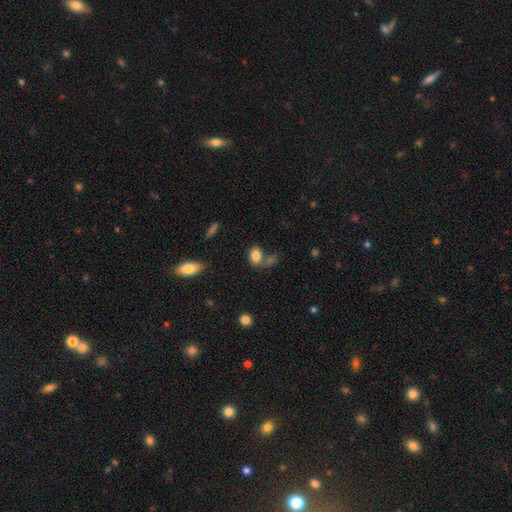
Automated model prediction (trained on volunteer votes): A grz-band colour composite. It shows a smooth galaxy with no disk features (82%) that is in between round and cigar-shaped (83%). Merging: none (44%).